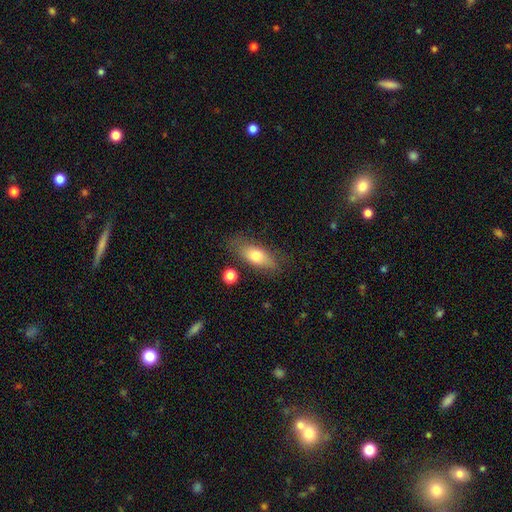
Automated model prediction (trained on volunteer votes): smooth-or-featured: smooth: 74% | featured or disk: 19% | star or artifact: 7%
  how-rounded: in between: 75% | cigar-shaped: 21% | round: 4%
  merging: none: 73% | minor disturbance: 18% | major disturbance: 6% | merger: 4%